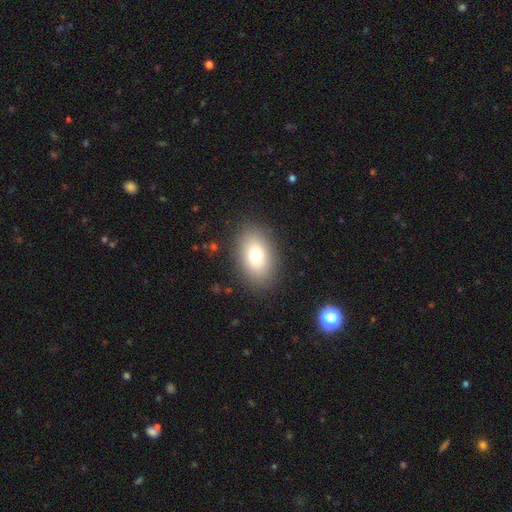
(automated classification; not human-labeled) Smooth or featured: smooth — 75% (featured or disk — 15%)
How rounded: in between — 85% (round — 13%)
Merging: none — 86% (minor disturbance — 9%)